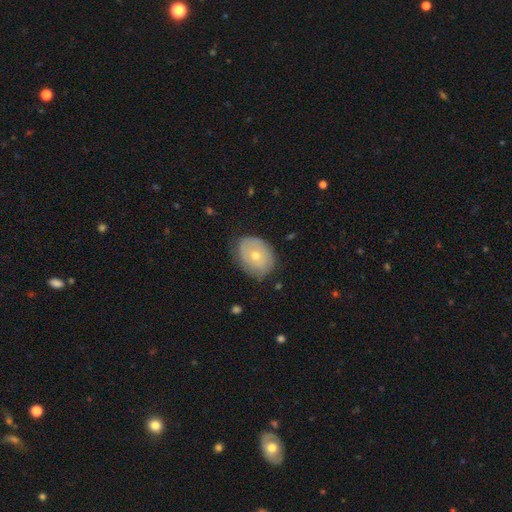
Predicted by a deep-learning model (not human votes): This is possibly a smooth galaxy (47%). Merging: likely none (77%).